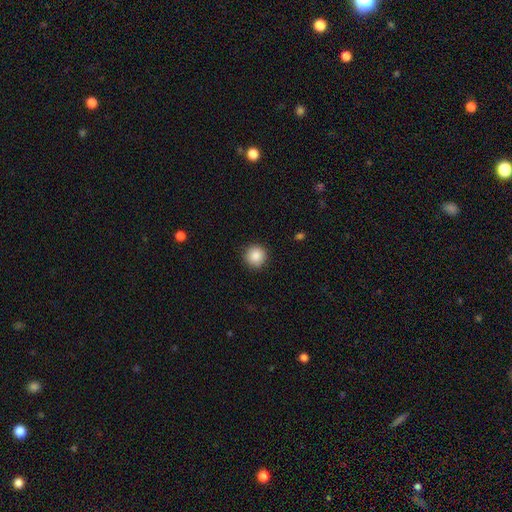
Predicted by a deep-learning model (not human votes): smooth_or_featured: smooth (p=0.87) [alt: star or artifact p=0.09]
how_rounded: round (p=0.95) [alt: in between p=0.04]
merging: none (p=0.91) [alt: minor disturbance p=0.06]